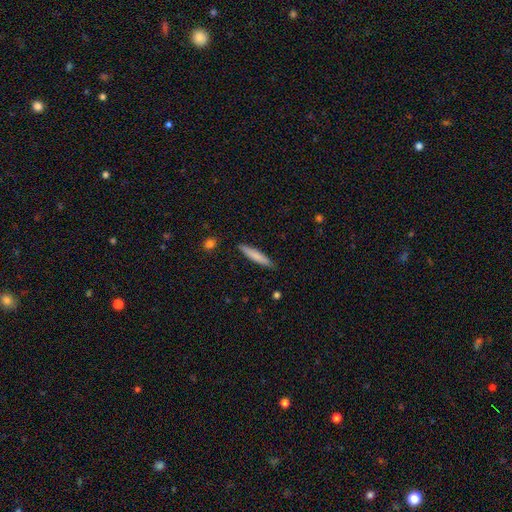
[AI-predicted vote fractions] This is likely a smooth galaxy (77%). How rounded: clearly cigar-shaped (90%). Merging: clearly none (88%).